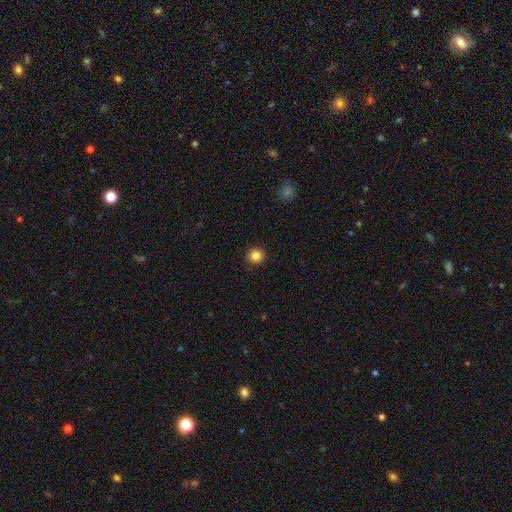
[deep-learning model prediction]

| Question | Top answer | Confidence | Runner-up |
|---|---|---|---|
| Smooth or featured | smooth | 85% | star or artifact (11%) |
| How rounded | round | 94% | in between (5%) |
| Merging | none | 92% | minor disturbance (5%) |